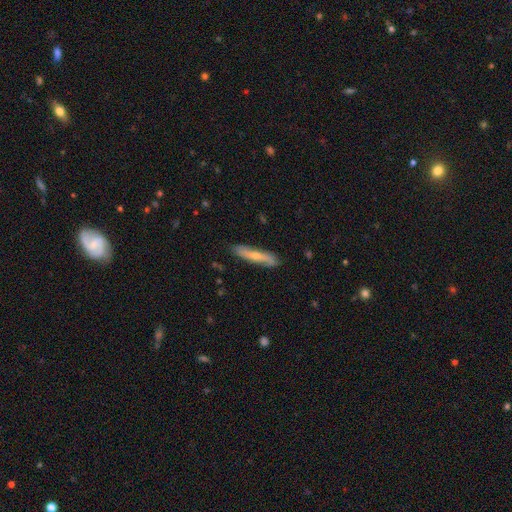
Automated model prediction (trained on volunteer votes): Smooth or featured? smooth (48%)
Merging? none (82%)